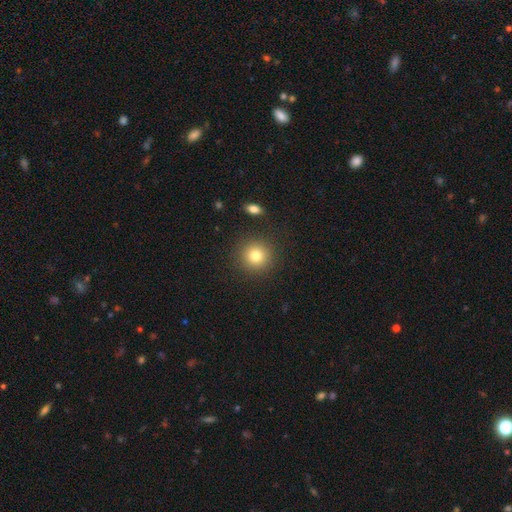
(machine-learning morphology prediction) Smooth or featured?
  - smooth: 80% *
  - star or artifact: 12%
  - featured or disk: 8%
How rounded?
  - round: 93% *
  - in between: 6%
  - cigar-shaped: 1%
Merging?
  - none: 89% *
  - minor disturbance: 6%
  - major disturbance: 3%
  - merger: 2%